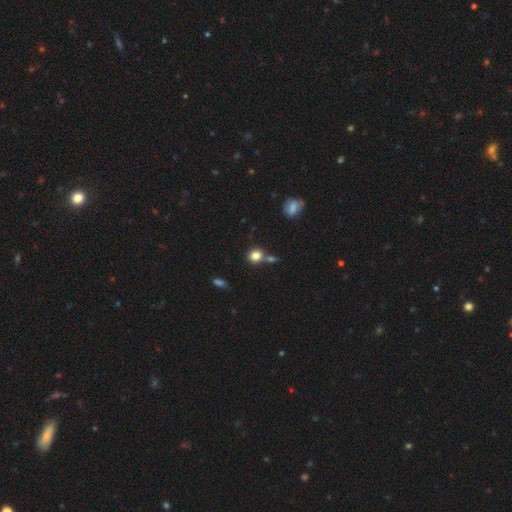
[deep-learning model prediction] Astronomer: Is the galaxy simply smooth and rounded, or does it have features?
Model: smooth — 82%.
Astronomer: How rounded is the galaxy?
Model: round — 81%.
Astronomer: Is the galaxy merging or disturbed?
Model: none — 60%.